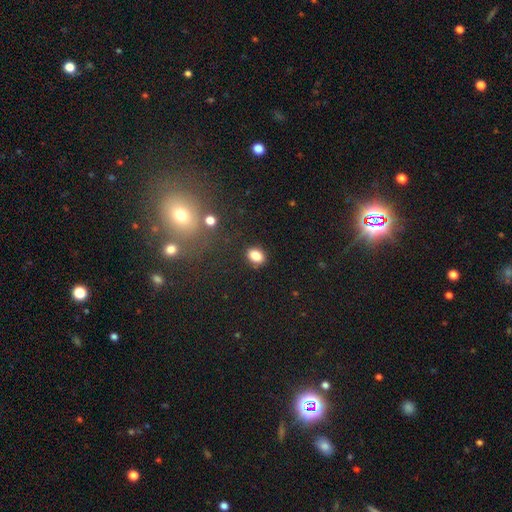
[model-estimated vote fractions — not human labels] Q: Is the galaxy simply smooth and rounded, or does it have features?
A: smooth — 84%.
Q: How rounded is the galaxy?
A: in between — 71%.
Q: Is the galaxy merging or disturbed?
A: none — 85%.